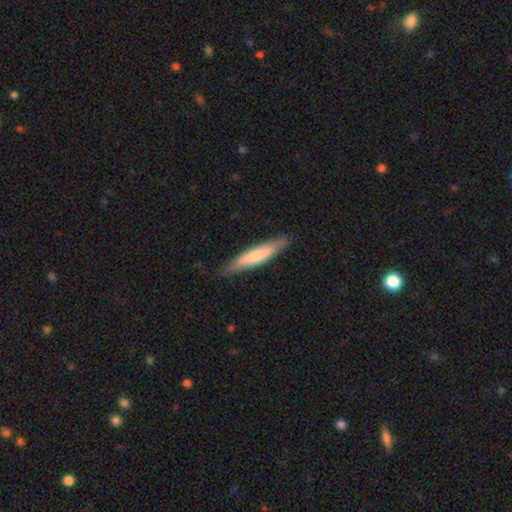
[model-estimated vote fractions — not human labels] Morphology: type=smooth (66%); roundness=cigar-shaped (89%); merging=none (85%).